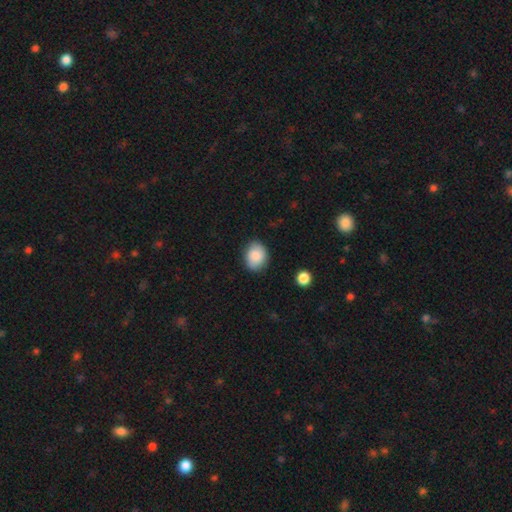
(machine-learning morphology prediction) Smooth or featured? Predicted: smooth (p=0.86). How rounded? Predicted: in between (p=0.57). Merging? Predicted: none (p=0.82).